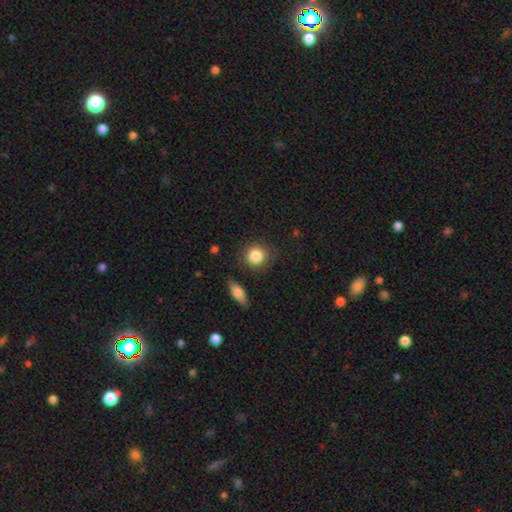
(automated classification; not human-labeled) This appears to be a smooth galaxy with no disk features (85%) that is round (86%). Merging: none (80%).